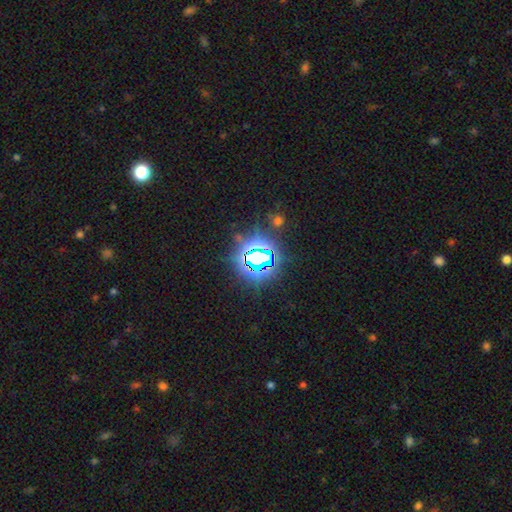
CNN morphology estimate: A star or artifact, not a galaxy (76%).

Vote fractions:
- Smooth or featured? star or artifact: 76% / smooth: 14% / featured or disk: 10%